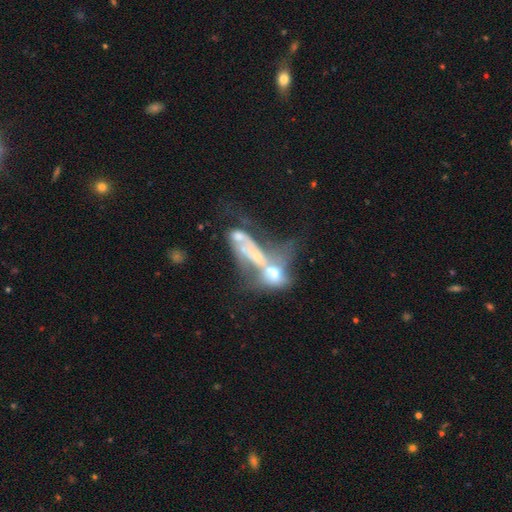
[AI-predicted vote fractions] Smooth or featured? Predicted: featured or disk (p=0.61). Edge-on disk? Predicted: no (p=0.82). Bar? Predicted: no (p=0.80). Spiral arms? Predicted: no (p=0.79). Bulge size? Predicted: moderate (p=0.36). Merging? Predicted: merger (p=0.67).